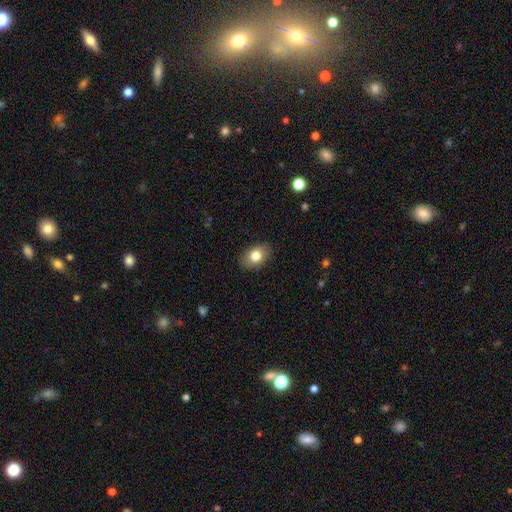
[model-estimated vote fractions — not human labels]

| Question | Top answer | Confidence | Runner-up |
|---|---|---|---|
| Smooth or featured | smooth | 79% | featured or disk (13%) |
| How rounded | in between | 79% | round (20%) |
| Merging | none | 87% | minor disturbance (9%) |